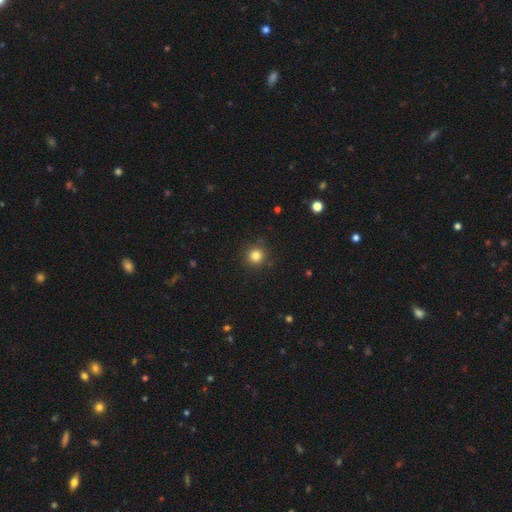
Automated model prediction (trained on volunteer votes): smooth 83%, star or artifact 13%, featured or disk 5%. Down the decision tree: how rounded — round (94%); merging — none (90%).